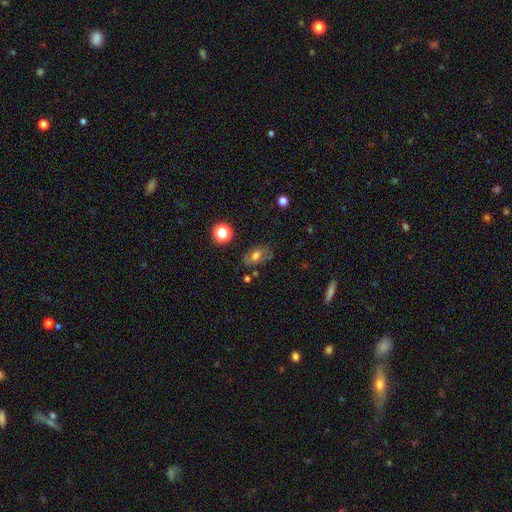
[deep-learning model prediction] smooth-or-featured: smooth: 58% | featured or disk: 28% | star or artifact: 14%
  how-rounded: in between: 83% | round: 15% | cigar-shaped: 3%
  merging: none: 72% | minor disturbance: 18% | major disturbance: 6% | merger: 4%